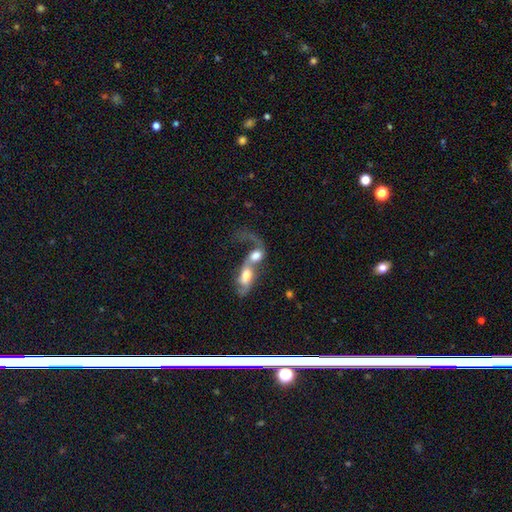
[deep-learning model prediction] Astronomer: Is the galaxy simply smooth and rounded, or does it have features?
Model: featured or disk — 48% (runner-up: smooth, 43%).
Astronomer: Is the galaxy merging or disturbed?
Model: merger — 82%.